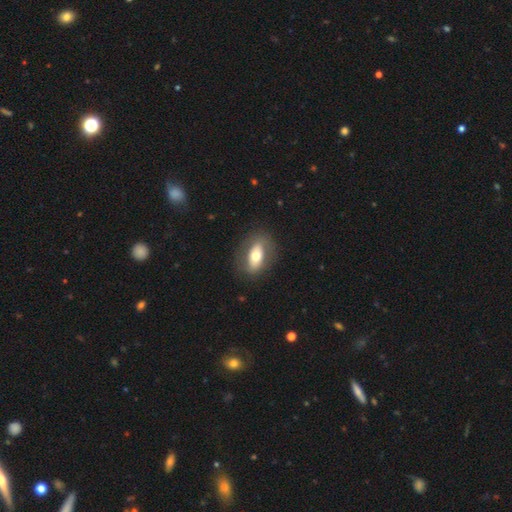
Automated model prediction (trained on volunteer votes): Smooth or featured? smooth (58%)
How rounded? in between (83%)
Merging? none (81%)